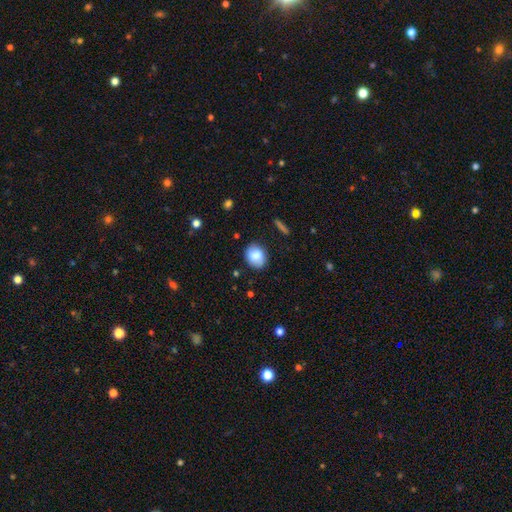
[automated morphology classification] The model was most divided on "how rounded": in between: 52%, round: 47%, cigar-shaped: 1%. More confident: smooth or featured — smooth (83%); merging — none (81%).